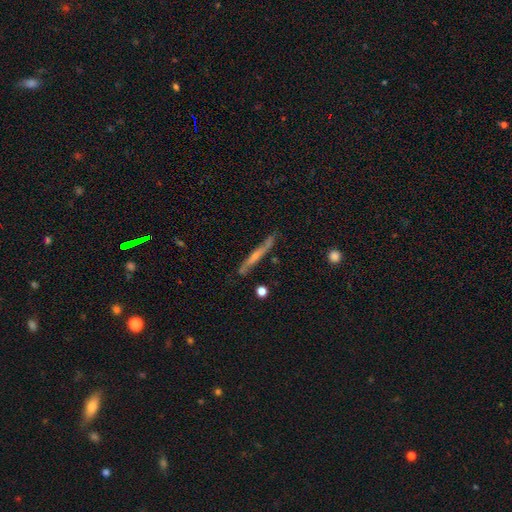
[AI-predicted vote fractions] Smooth or featured: featured or disk — 59% (smooth — 34%)
Edge-on disk: yes — 92% (no — 8%)
Edge-on bulge: none — 51% (rounded — 41%)
Merging: none — 79% (minor disturbance — 15%)